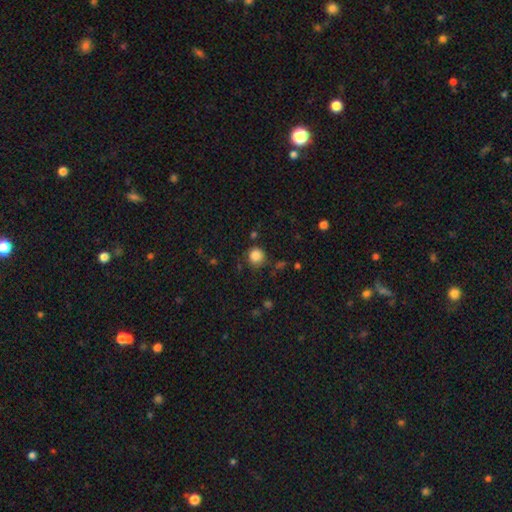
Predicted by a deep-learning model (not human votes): A smooth galaxy with no disk features (86%) that is round (90%). Merging: none (76%).